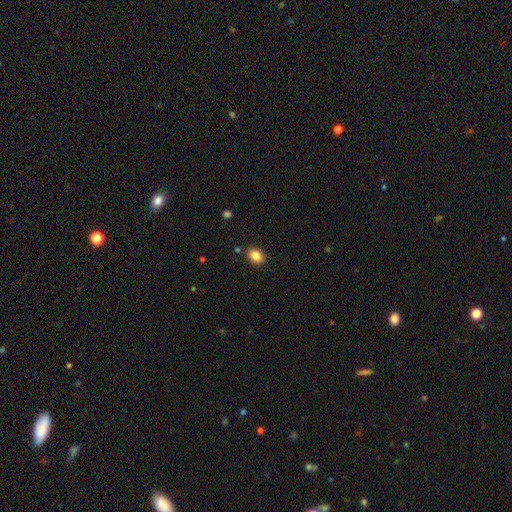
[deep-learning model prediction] Smooth or featured: smooth — 85% (star or artifact — 9%)
How rounded: in between — 61% (round — 38%)
Merging: none — 87% (minor disturbance — 9%)